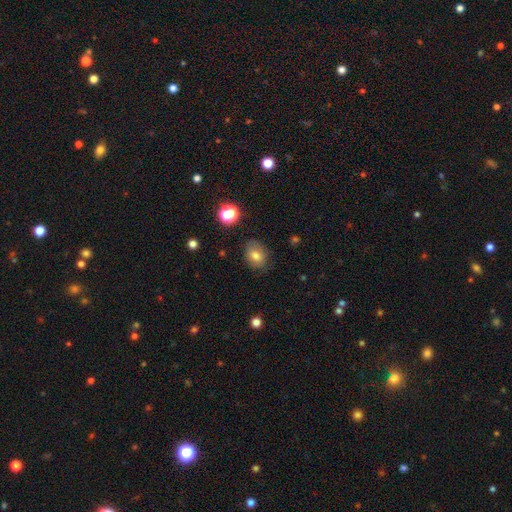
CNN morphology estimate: type=smooth (76%); roundness=in between (57%); merging=none (74%).